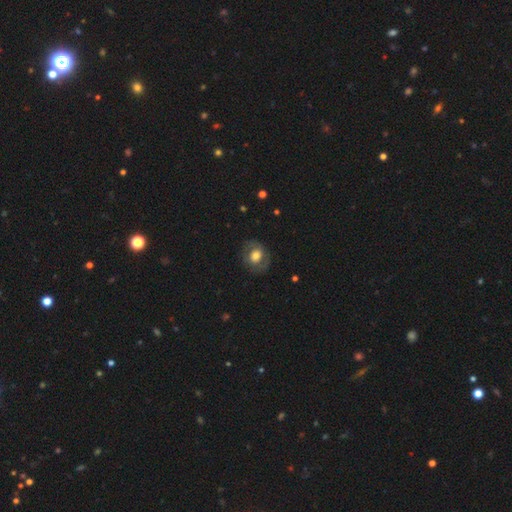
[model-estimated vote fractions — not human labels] Q: Smooth or featured?
A: smooth (57%); runner-up: featured or disk (36%)
Q: How rounded?
A: round (58%); runner-up: in between (41%)
Q: Merging?
A: none (76%); runner-up: minor disturbance (15%)